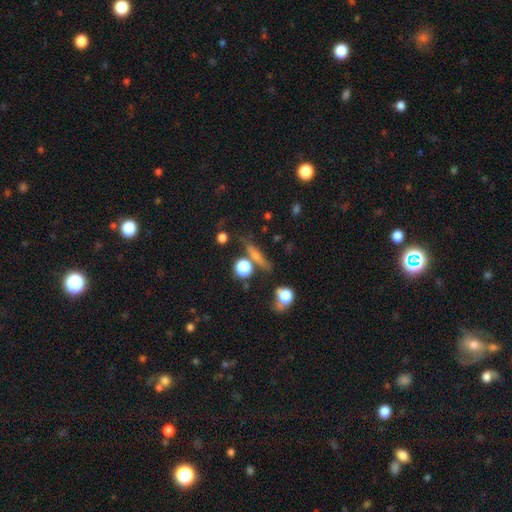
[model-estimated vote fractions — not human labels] smooth_or_featured: smooth (p=0.55) [alt: featured or disk p=0.29]
how_rounded: cigar-shaped (p=0.67) [alt: round p=0.18]
merging: none (p=0.72) [alt: minor disturbance p=0.13]